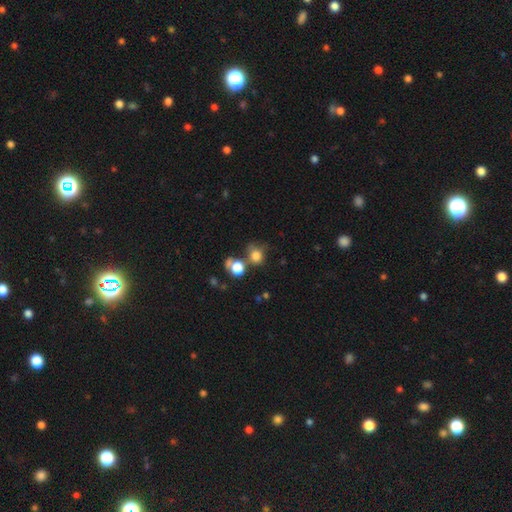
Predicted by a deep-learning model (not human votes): Smooth or featured? Predicted: smooth (p=0.77). How rounded? Predicted: round (p=0.77). Merging? Predicted: none (p=0.51).